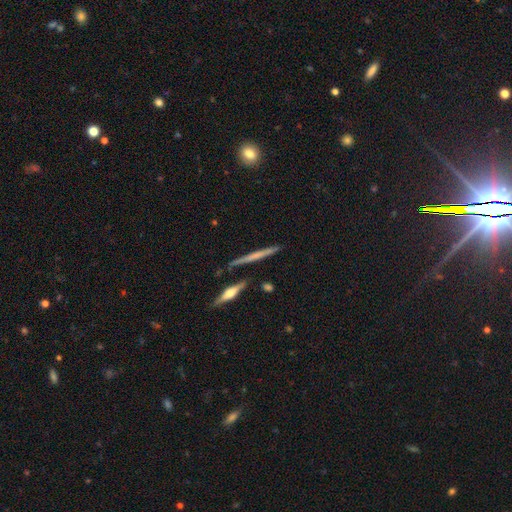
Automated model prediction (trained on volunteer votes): The model was most divided on "smooth or featured": featured or disk: 56%, smooth: 36%, star or artifact: 7%. More confident: edge-on disk — yes (97%); merging — none (85%); edge-on bulge — none (63%).